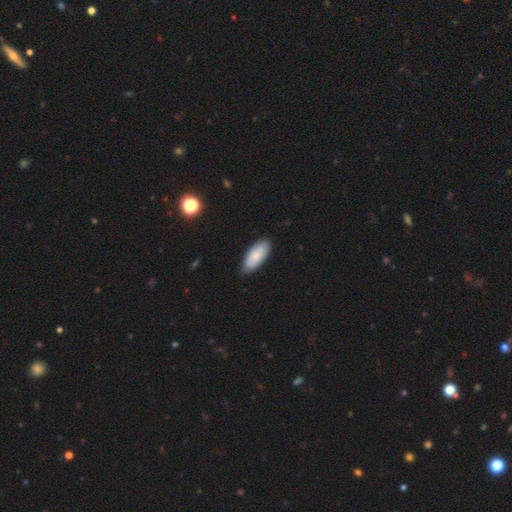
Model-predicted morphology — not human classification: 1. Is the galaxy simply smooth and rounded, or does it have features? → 85% smooth, 9% featured or disk, 6% star or artifact.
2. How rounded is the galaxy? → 86% in between, 12% cigar-shaped, 2% round.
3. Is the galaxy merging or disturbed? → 85% none, 12% minor disturbance, 2% major disturbance, 1% merger.